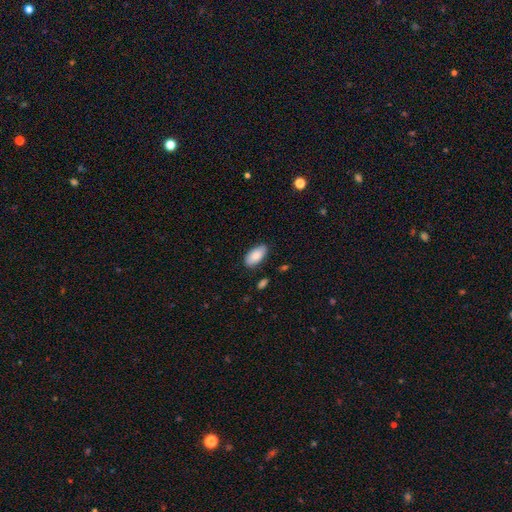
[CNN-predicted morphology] smooth 86%, featured or disk 8%, star or artifact 6%. Down the decision tree: how rounded — in between (94%); merging — none (83%).